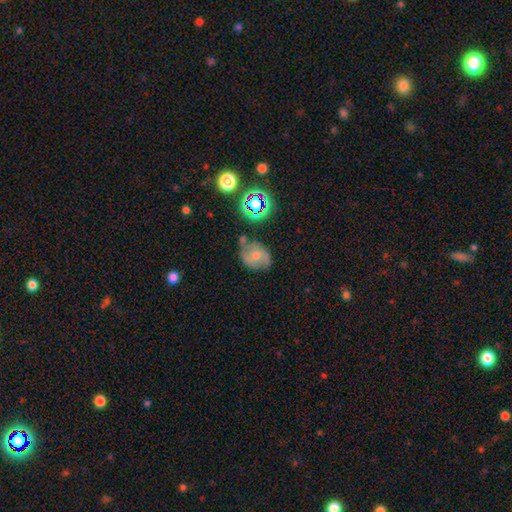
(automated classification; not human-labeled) smooth-or-featured: featured or disk: 58% | smooth: 29% | star or artifact: 13%
  disk-edge-on: no: 96% | yes: 4%
    bar: no: 57% | weak: 34% | strong: 8%
    has-spiral-arms: yes: 84% | no: 16%
    bulge-size: moderate: 48% | small: 41% | none: 6% | large: 4% | dominant: 1%
  merging: none: 54% | minor disturbance: 27% | major disturbance: 11% | merger: 8%